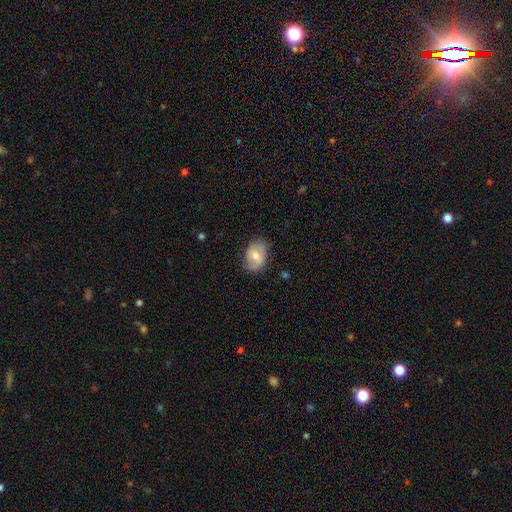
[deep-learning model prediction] smooth-or-featured: smooth: 49% | featured or disk: 44% | star or artifact: 7%
  merging: none: 70% | minor disturbance: 23% | major disturbance: 6% | merger: 1%